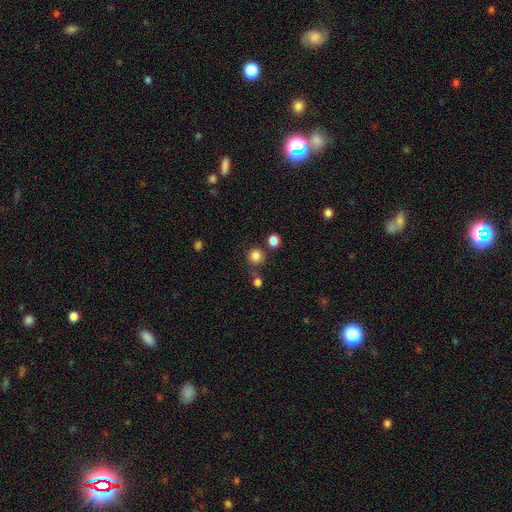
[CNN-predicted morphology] Overall: smooth (83%). How rounded: round (92%). Merging: none (72%).